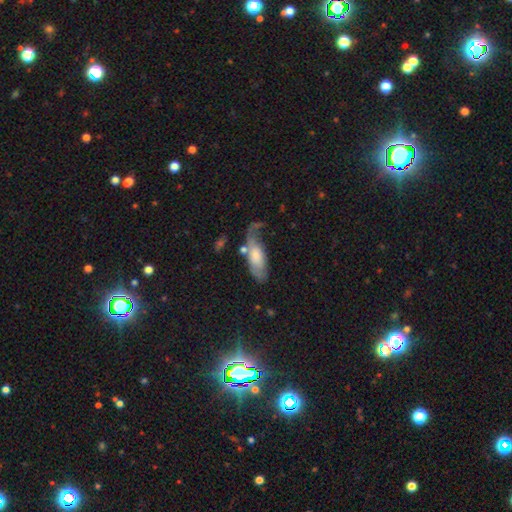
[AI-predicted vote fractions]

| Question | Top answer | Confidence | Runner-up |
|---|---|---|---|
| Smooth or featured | smooth | 58% | featured or disk (36%) |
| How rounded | in between | 80% | cigar-shaped (18%) |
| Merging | none | 34% | minor disturbance (28%) |